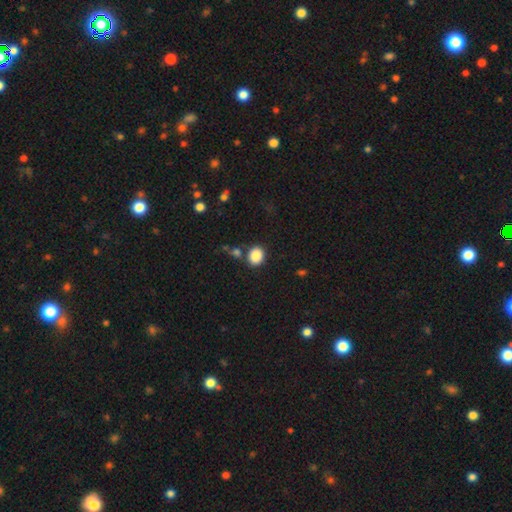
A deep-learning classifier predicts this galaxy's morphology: Smooth or featured? Predicted: smooth (p=0.87). How rounded? Predicted: round (p=0.64). Merging? Predicted: none (p=0.80).